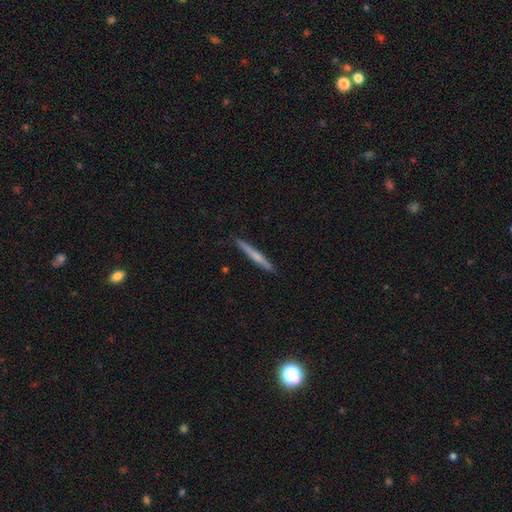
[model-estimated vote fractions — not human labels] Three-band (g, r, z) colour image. It shows a smooth galaxy with no disk features (53%) that is cigar-shaped (96%). Merging: none (90%).